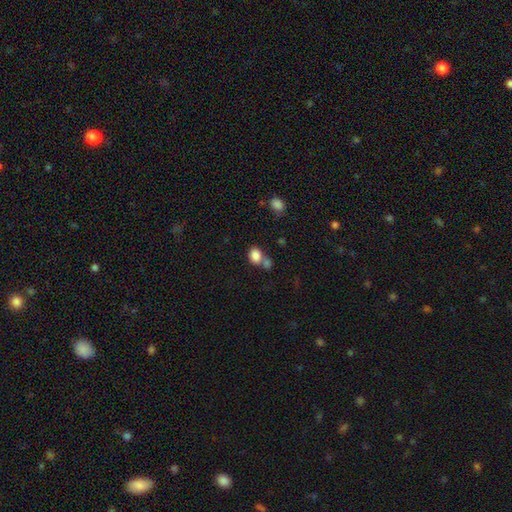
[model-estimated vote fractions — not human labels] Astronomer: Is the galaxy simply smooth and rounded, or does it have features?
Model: smooth — 84%.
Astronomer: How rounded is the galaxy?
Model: in between — 59% (runner-up: round, 40%).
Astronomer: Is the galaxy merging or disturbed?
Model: none — 46% (runner-up: merger, 36%).